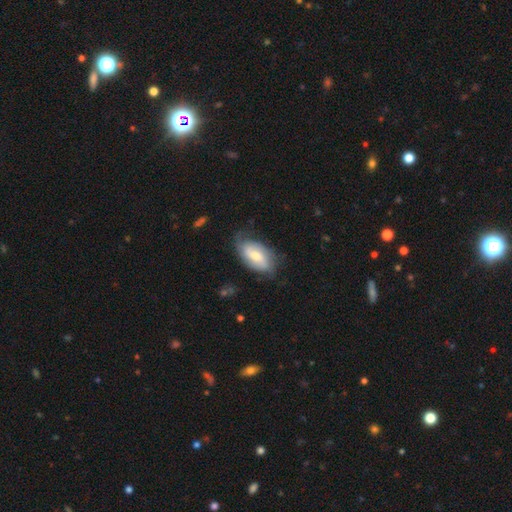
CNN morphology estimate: The model was most divided on "smooth or featured": featured or disk: 48%, smooth: 46%, star or artifact: 6%. More confident: merging — none (65%).